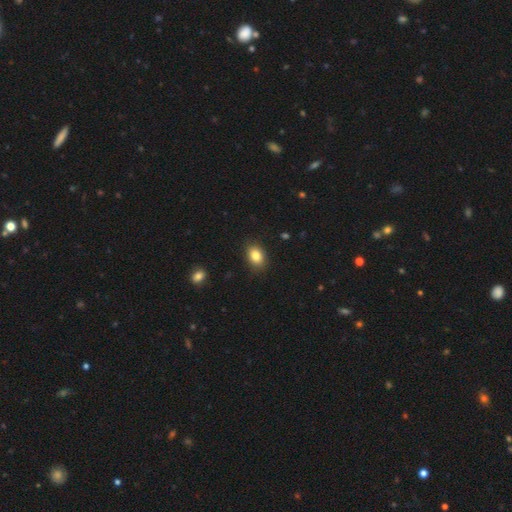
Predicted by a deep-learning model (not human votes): Overall: smooth (84%). How rounded: in between (76%). Merging: none (87%).